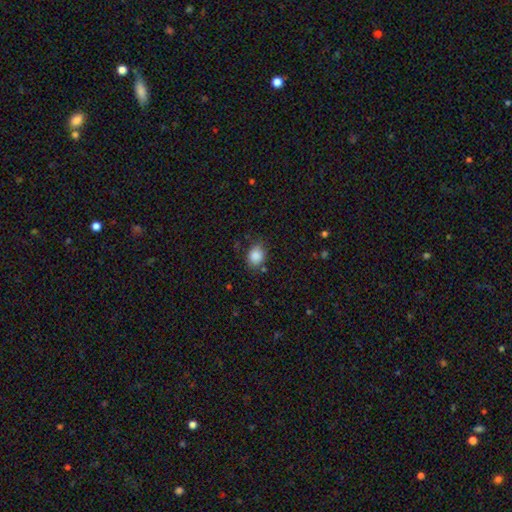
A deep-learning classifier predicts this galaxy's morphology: type=smooth (87%); roundness=in between (52%); merging=none (75%).